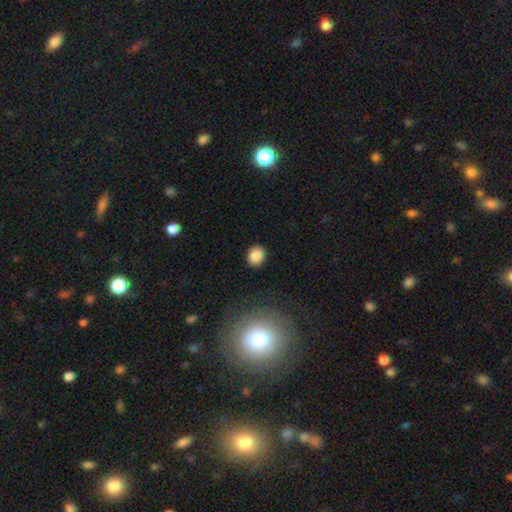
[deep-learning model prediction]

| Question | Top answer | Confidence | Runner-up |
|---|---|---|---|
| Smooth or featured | smooth | 87% | star or artifact (10%) |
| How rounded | round | 69% | in between (30%) |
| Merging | none | 90% | minor disturbance (7%) |